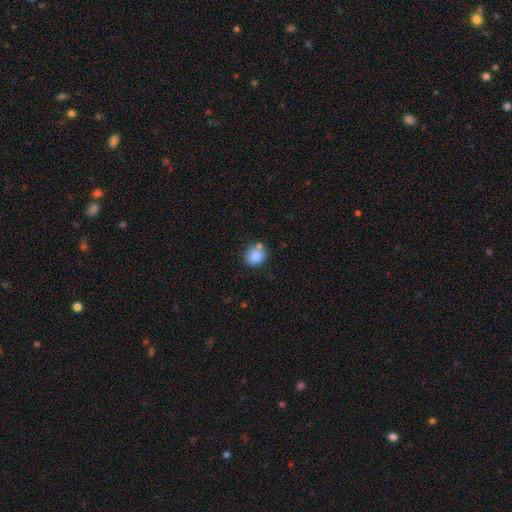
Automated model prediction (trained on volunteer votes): This appears to be a smooth galaxy with no disk features (85%) that is round (76%). Merging: none (66%).